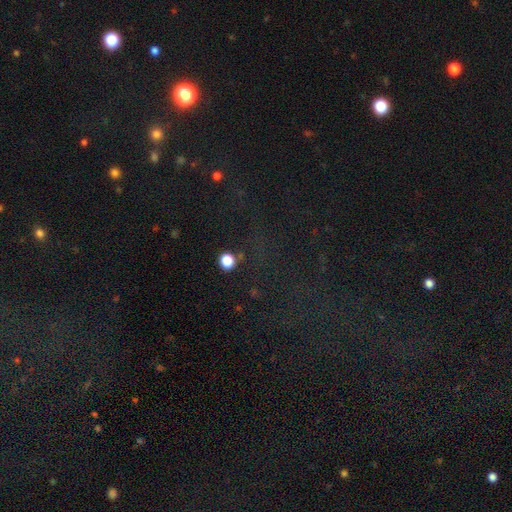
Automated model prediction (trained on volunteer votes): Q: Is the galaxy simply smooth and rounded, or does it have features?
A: star or artifact — 69%.